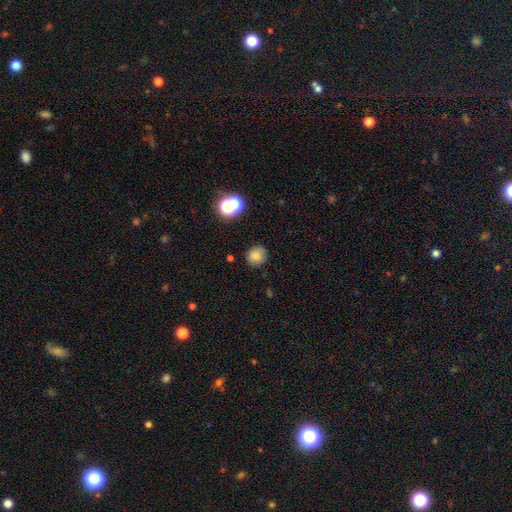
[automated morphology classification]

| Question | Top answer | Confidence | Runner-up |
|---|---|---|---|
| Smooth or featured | smooth | 79% | star or artifact (13%) |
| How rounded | round | 87% | in between (12%) |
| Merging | none | 84% | minor disturbance (11%) |